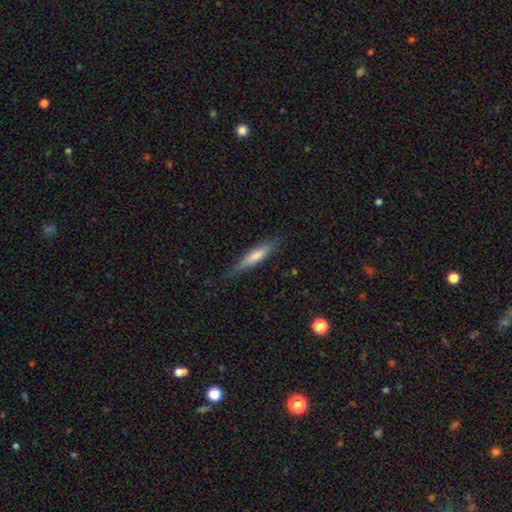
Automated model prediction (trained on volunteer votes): smooth_or_featured: smooth (p=0.53) [alt: featured or disk p=0.41]
how_rounded: cigar-shaped (p=0.89) [alt: in between p=0.09]
merging: none (p=0.78) [alt: minor disturbance p=0.17]